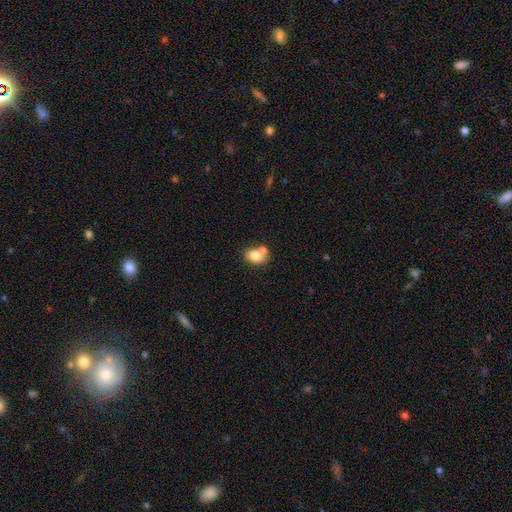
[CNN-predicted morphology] This is likely a smooth galaxy (78%). How rounded: likely in between (61%). Merging: possibly none (47%).